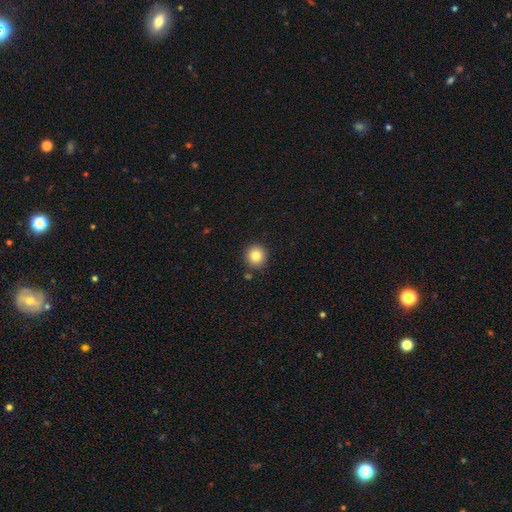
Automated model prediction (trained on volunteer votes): This appears to be a smooth galaxy with no disk features (82%) that is round (94%). Merging: none (88%).